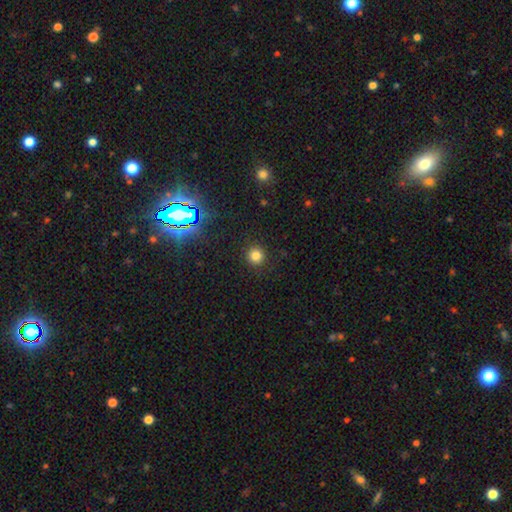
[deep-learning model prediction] This is clearly a smooth galaxy (80%). How rounded: clearly round (94%). Merging: clearly none (91%).